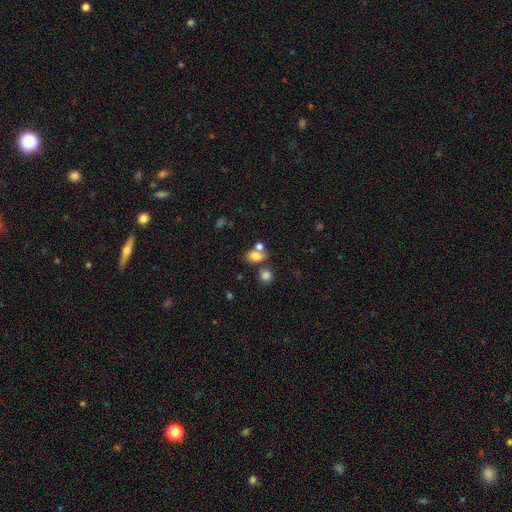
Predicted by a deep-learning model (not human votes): A smooth galaxy with no disk features (75%) that is in between round and cigar-shaped (66%).

Vote fractions:
- Smooth or featured? smooth: 75% / star or artifact: 13% / featured or disk: 11%
- How rounded? in between: 66% / round: 33% / cigar-shaped: 1%
- Merging? none: 42% / merger: 41% / minor disturbance: 11% / major disturbance: 6%